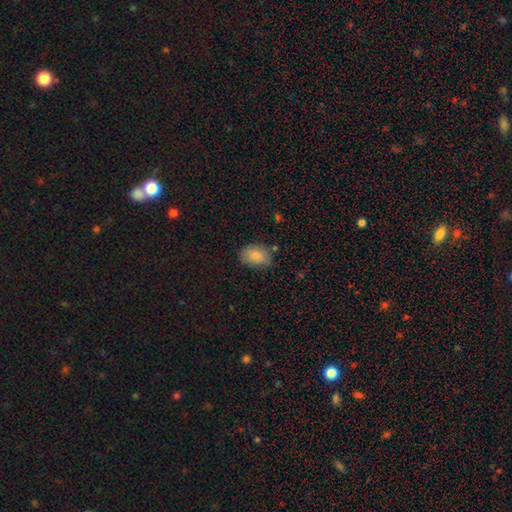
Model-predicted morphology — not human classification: Smooth or featured? smooth (86%)
How rounded? in between (83%)
Merging? none (78%)